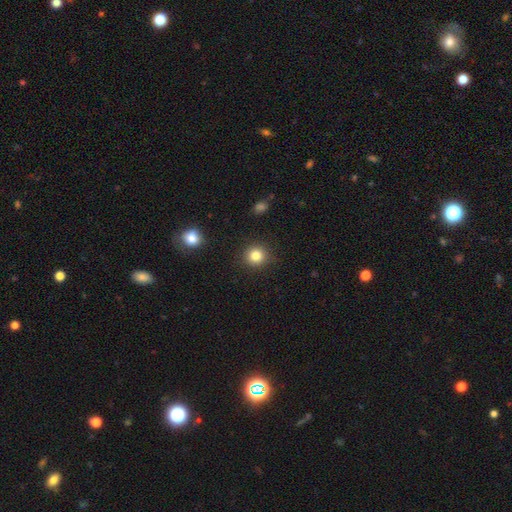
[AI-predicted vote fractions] The model was most divided on "smooth or featured": smooth: 83%, star or artifact: 12%, featured or disk: 6%. More confident: how rounded — round (92%); merging — none (91%).